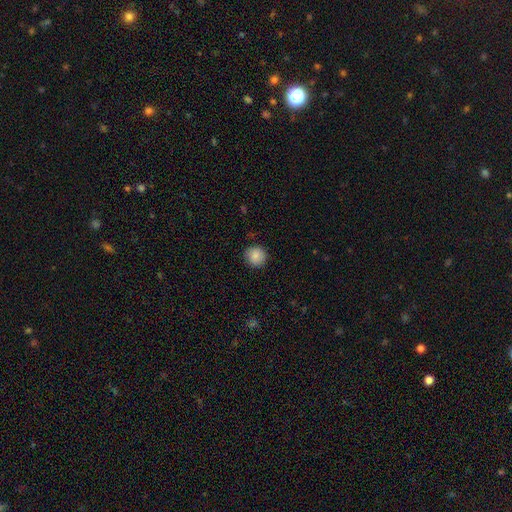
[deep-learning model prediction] smooth 86%, star or artifact 8%, featured or disk 5%. Down the decision tree: how rounded — round (93%); merging — none (88%).